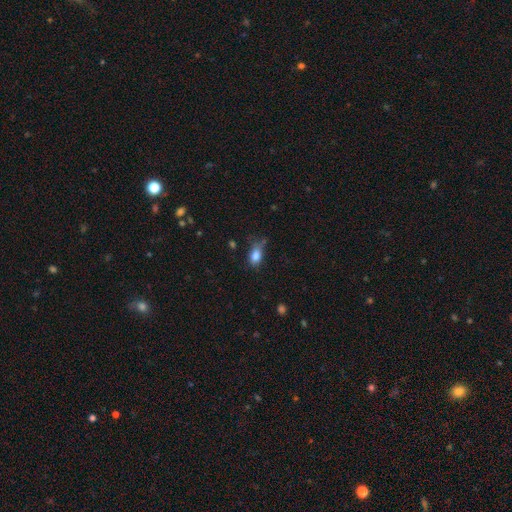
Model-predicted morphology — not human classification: A smooth galaxy with no disk features (83%) that is in between round and cigar-shaped (81%).

Vote fractions:
- Smooth or featured? smooth: 83% / star or artifact: 10% / featured or disk: 8%
- How rounded? in between: 81% / round: 15% / cigar-shaped: 4%
- Merging? none: 52% / minor disturbance: 32% / major disturbance: 11% / merger: 5%